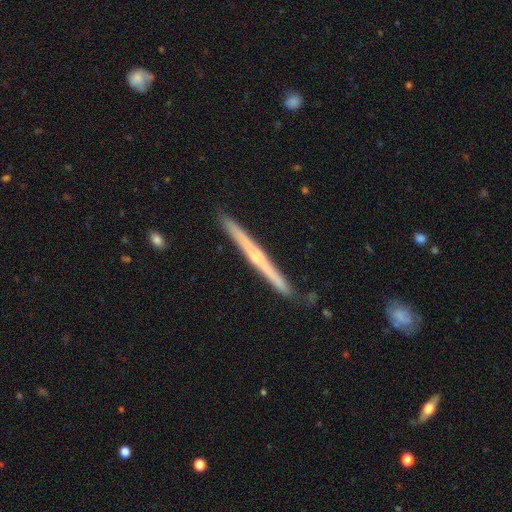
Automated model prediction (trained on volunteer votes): A featured or disk galaxy (68%) viewed edge-on (98%) with a rounded central bulge (57%). Merging: none (89%).